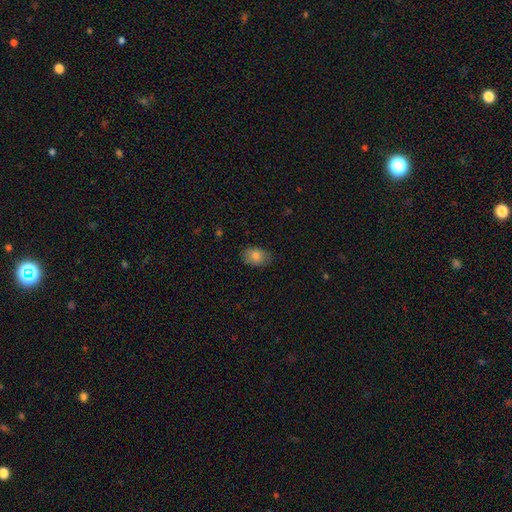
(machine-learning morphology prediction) This is clearly a smooth galaxy (81%). How rounded: clearly in between (83%). Merging: clearly none (81%).